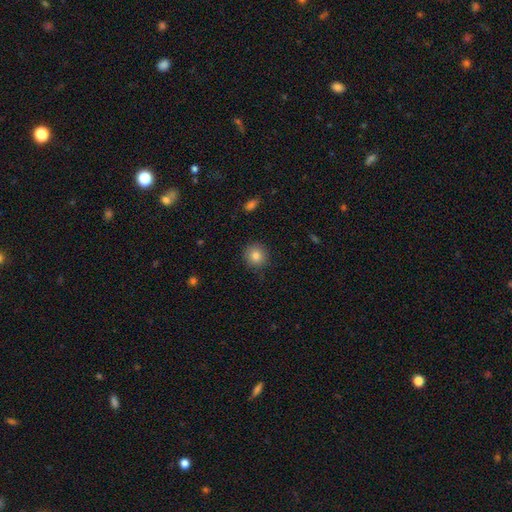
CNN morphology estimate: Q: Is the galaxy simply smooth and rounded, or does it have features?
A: smooth — 83%.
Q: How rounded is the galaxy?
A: round — 92%.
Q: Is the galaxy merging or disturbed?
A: none — 88%.